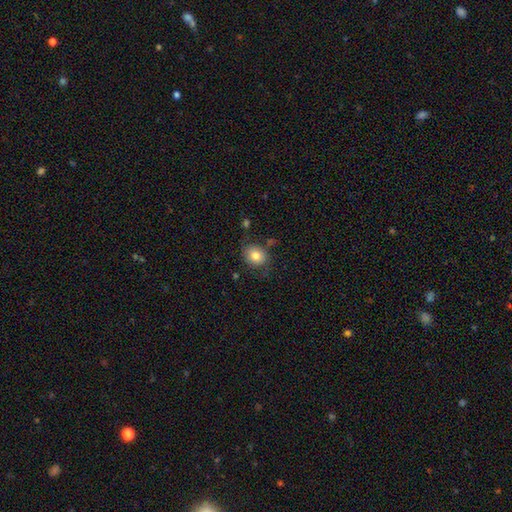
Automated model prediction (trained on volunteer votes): The model was most divided on "how rounded": round: 63%, in between: 36%, cigar-shaped: 1%. More confident: smooth or featured — smooth (79%); merging — none (71%).